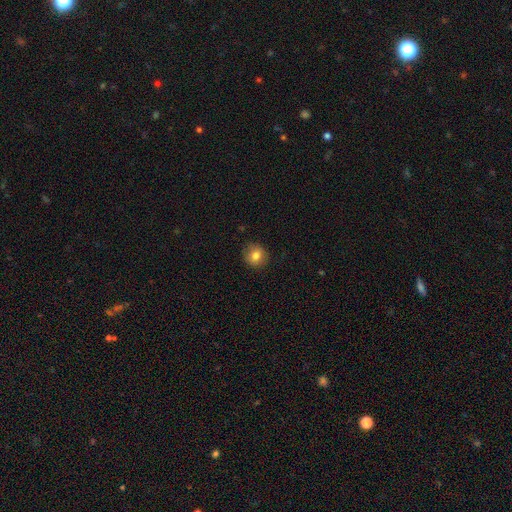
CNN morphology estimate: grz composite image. It shows a smooth galaxy with no disk features (81%) that is round (88%). Merging: none (88%).